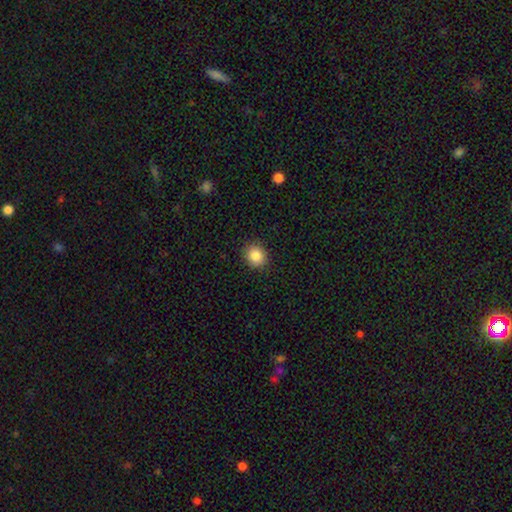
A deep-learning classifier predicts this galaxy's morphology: Smooth or featured: smooth — 86% (star or artifact — 10%)
How rounded: round — 79% (in between — 20%)
Merging: none — 90% (minor disturbance — 7%)